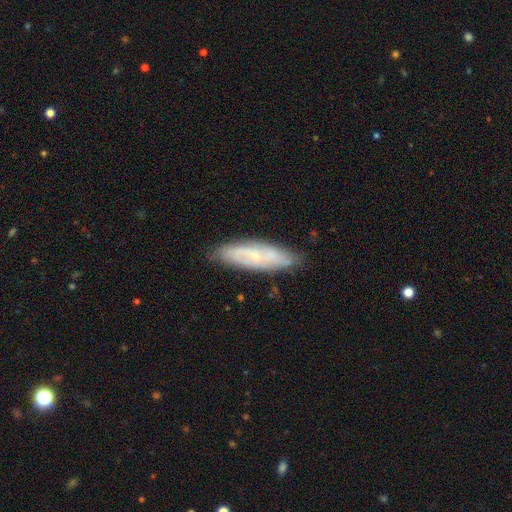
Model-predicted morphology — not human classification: The model was most divided on "smooth or featured": featured or disk: 63%, smooth: 31%, star or artifact: 7%. More confident: merging — none (79%); edge-on disk — no (77%).